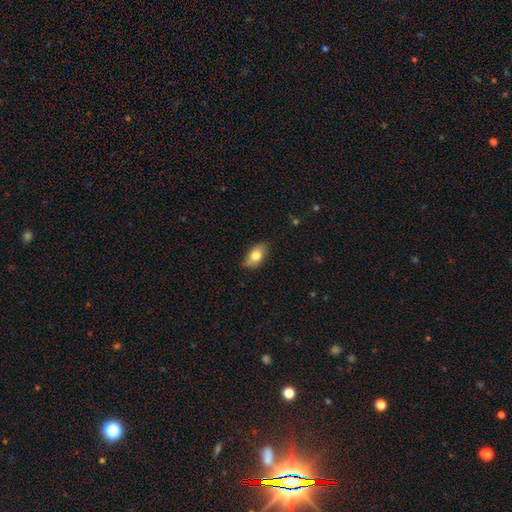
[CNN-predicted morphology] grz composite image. It shows a smooth galaxy with no disk features (76%) that is in between round and cigar-shaped (90%). Merging: none (79%).